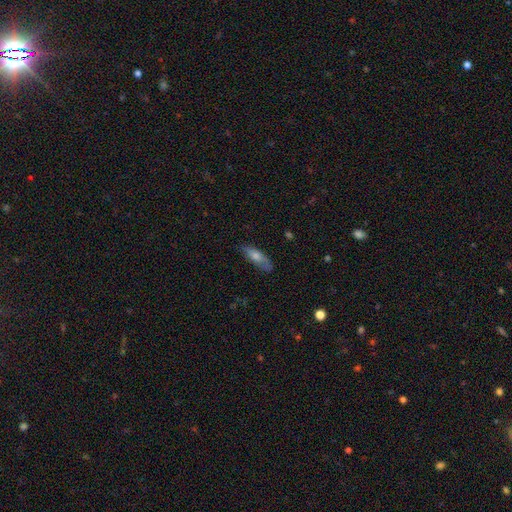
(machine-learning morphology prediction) smooth-or-featured: smooth: 55% | featured or disk: 37% | star or artifact: 9%
  how-rounded: in between: 51% | cigar-shaped: 46% | round: 3%
  merging: none: 71% | minor disturbance: 22% | major disturbance: 6% | merger: 2%